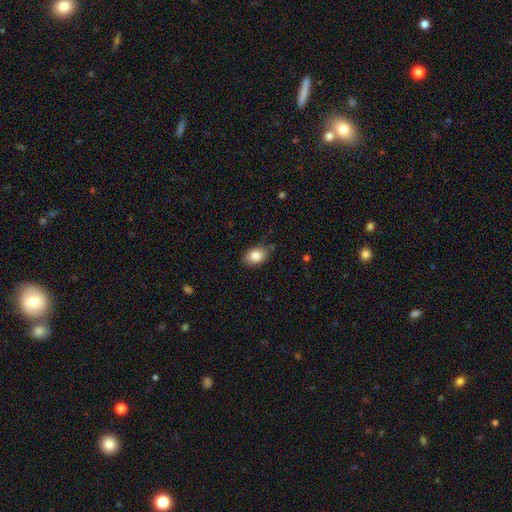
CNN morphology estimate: smooth 84%, featured or disk 8%, star or artifact 8%. Down the decision tree: how rounded — in between (81%); merging — none (77%).